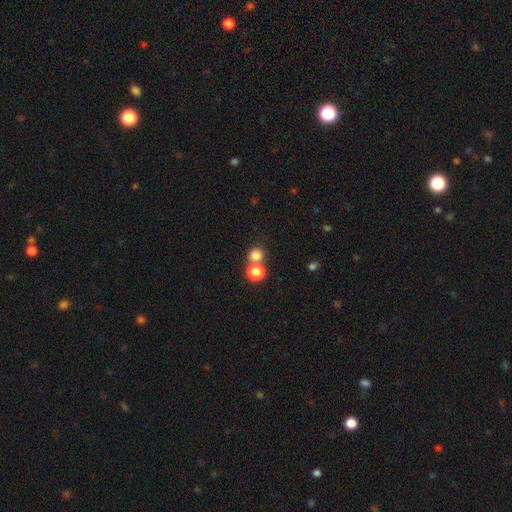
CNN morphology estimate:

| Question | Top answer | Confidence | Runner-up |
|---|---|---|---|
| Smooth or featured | smooth | 79% | star or artifact (14%) |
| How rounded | round | 81% | in between (18%) |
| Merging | none | 58% | merger (32%) |